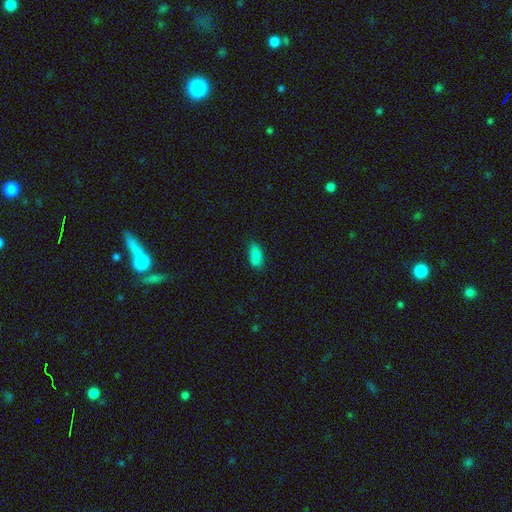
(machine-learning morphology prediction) smooth-or-featured: smooth: 85% | star or artifact: 10% | featured or disk: 5%
  how-rounded: in between: 89% | cigar-shaped: 8% | round: 3%
  merging: none: 73% | minor disturbance: 21% | major disturbance: 4% | merger: 3%